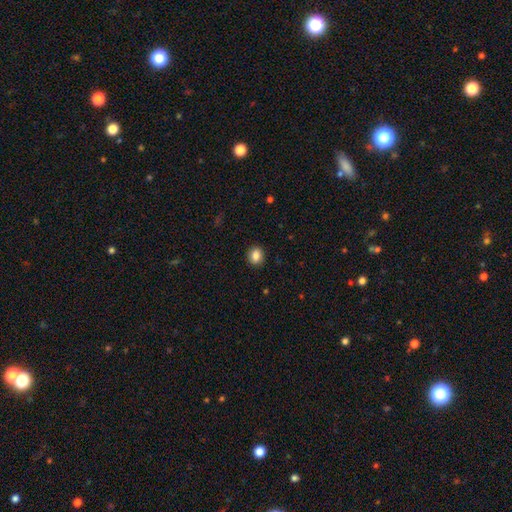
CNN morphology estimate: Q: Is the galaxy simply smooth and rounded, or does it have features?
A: smooth — 85%.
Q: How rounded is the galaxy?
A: round — 66%.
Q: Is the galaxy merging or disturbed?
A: none — 91%.